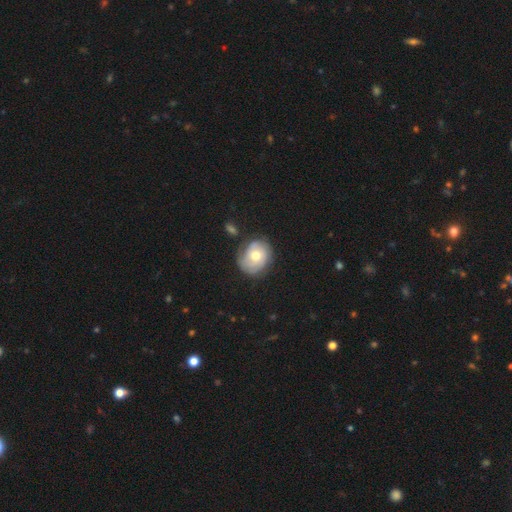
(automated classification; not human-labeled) This appears to be a featured or disk galaxy (53%) with no bar (82%), spiral arms (74%) and a moderate central bulge (73%). Merging: none (70%).